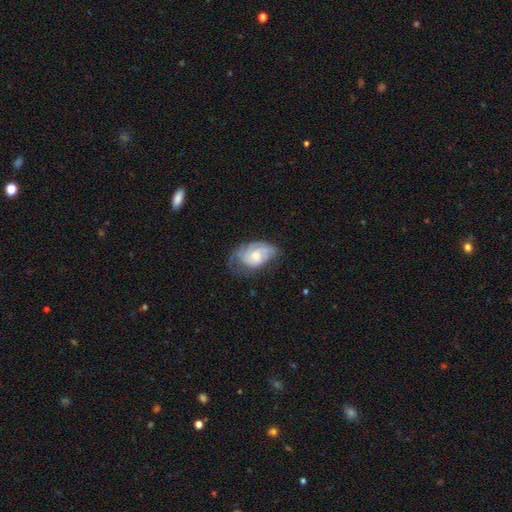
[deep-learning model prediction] This is likely a featured or disk galaxy (69%). It is clearly not viewed edge-on (97%). Bar: likely no (64%). Spiral arm pattern: clearly yes (87%). Spiral arm count: marginally can't tell (37%). Spiral winding: possibly tight (48%). Central bulge: possibly moderate (54%). Merging: possibly none (50%).